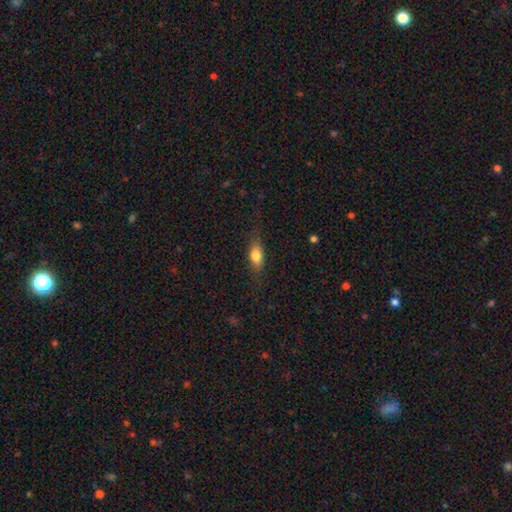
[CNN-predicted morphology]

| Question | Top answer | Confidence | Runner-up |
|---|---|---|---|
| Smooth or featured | smooth | 74% | featured or disk (19%) |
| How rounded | in between | 72% | cigar-shaped (21%) |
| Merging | none | 77% | minor disturbance (16%) |